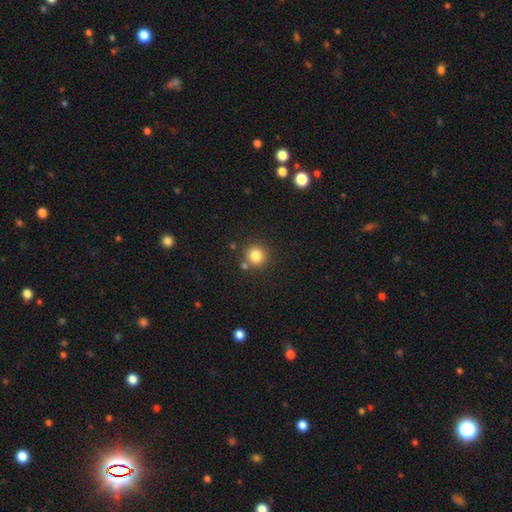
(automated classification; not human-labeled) Smooth or featured?
  - smooth: 82% *
  - star or artifact: 12%
  - featured or disk: 6%
How rounded?
  - round: 93% *
  - in between: 6%
  - cigar-shaped: 1%
Merging?
  - none: 80% *
  - merger: 10%
  - minor disturbance: 8%
  - major disturbance: 3%